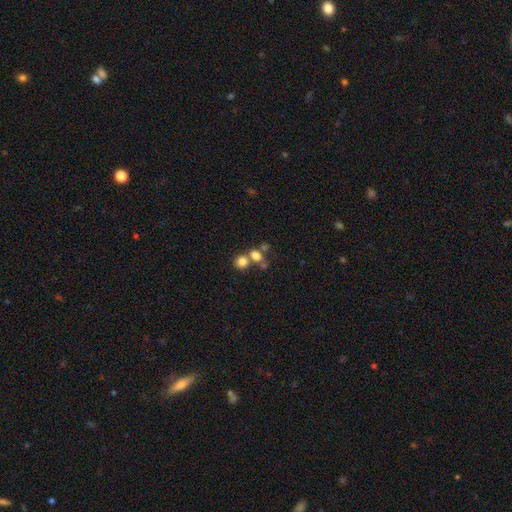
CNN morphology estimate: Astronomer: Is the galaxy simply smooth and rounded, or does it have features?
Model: smooth — 76%.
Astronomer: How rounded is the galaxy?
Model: round — 68%.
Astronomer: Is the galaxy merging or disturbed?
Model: none — 46% (runner-up: merger, 42%).